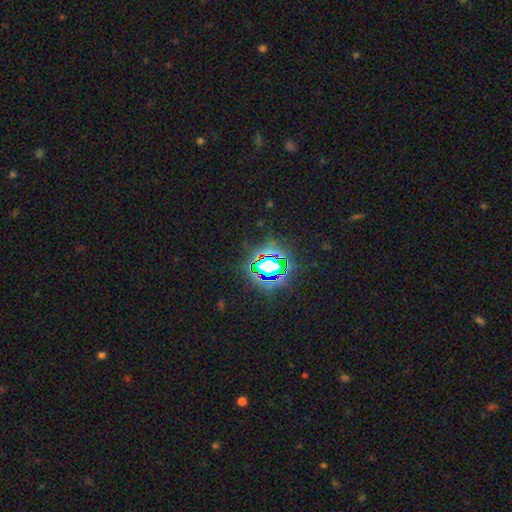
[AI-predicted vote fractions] Smooth or featured: star or artifact — 83% (smooth — 11%)